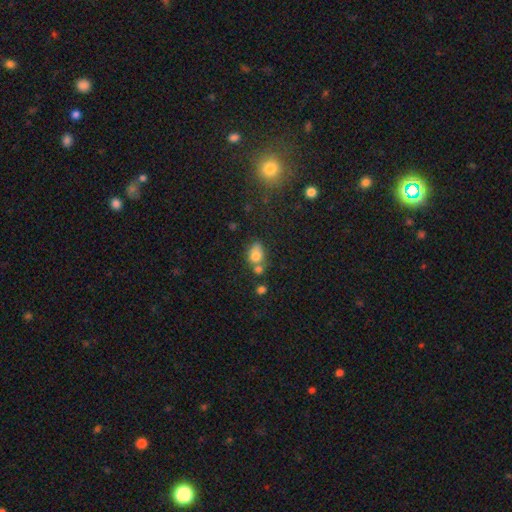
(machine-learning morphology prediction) This is likely a smooth galaxy (75%). How rounded: likely in between (66%). Merging: marginally none (40%).